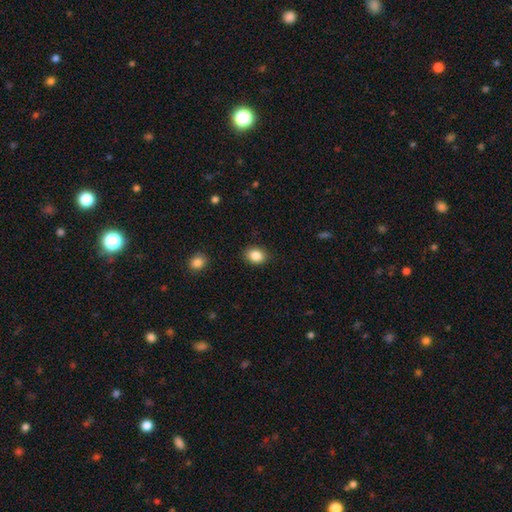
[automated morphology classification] Q: Smooth or featured?
A: smooth (86%); runner-up: star or artifact (9%)
Q: How rounded?
A: in between (60%); runner-up: round (39%)
Q: Merging?
A: none (88%); runner-up: minor disturbance (8%)